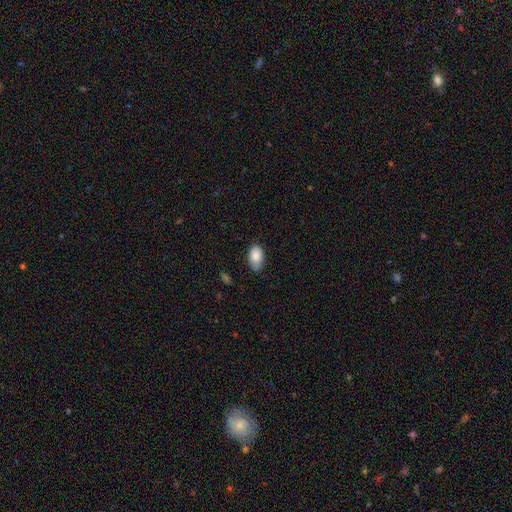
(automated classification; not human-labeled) Morphology: type=smooth (85%); roundness=in between (92%); merging=none (71%).